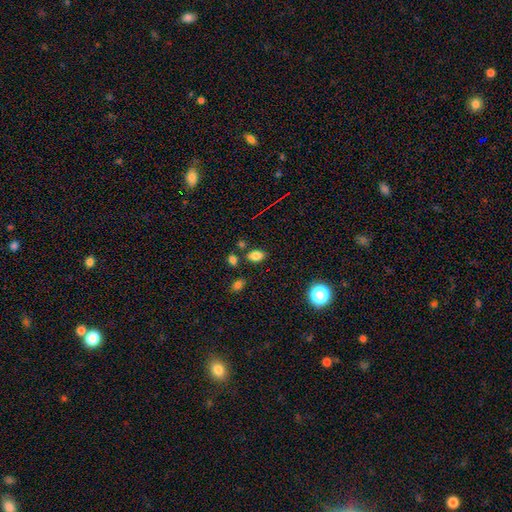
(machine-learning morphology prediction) Smooth or featured: smooth — 80% (star or artifact — 13%)
How rounded: in between — 83% (round — 15%)
Merging: none — 77% (minor disturbance — 12%)